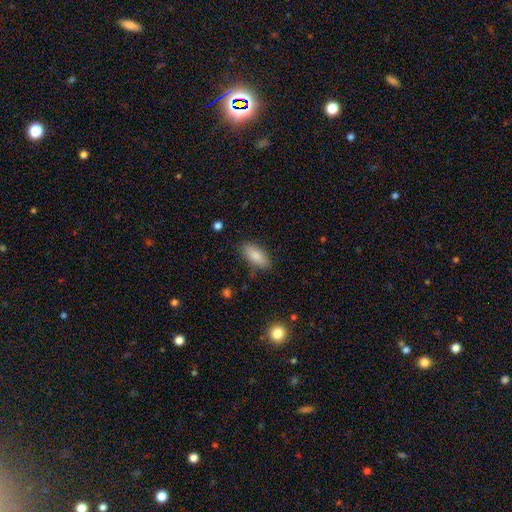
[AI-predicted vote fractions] Q: Smooth or featured?
A: smooth (84%); runner-up: featured or disk (9%)
Q: How rounded?
A: in between (84%); runner-up: cigar-shaped (14%)
Q: Merging?
A: none (83%); runner-up: minor disturbance (13%)